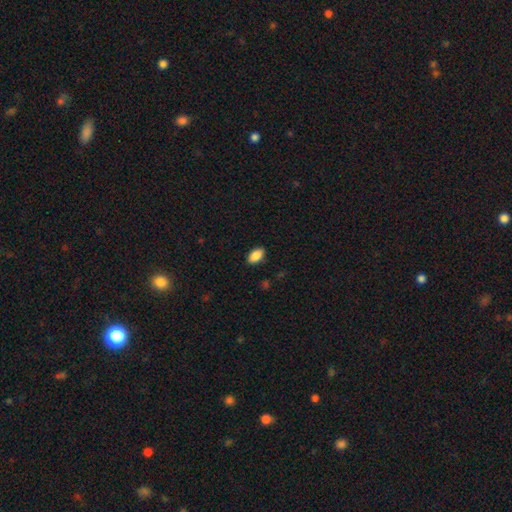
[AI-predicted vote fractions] smooth 89%, star or artifact 7%, featured or disk 4%. Down the decision tree: how rounded — in between (93%); merging — none (88%).